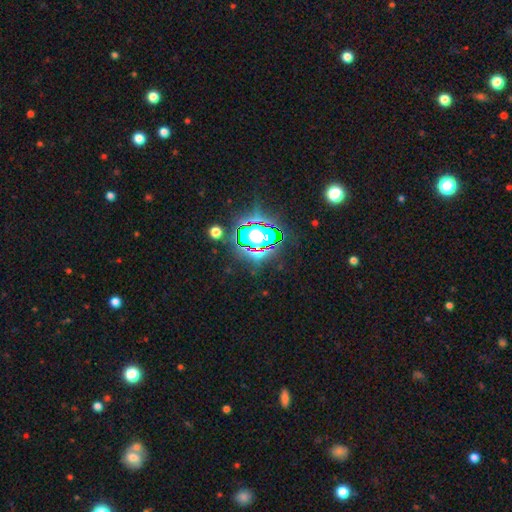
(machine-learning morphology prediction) Q: Smooth or featured?
A: star or artifact (83%); runner-up: smooth (10%)